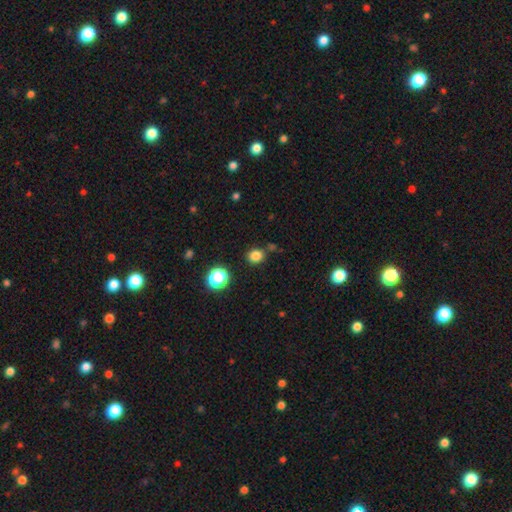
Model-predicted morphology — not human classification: Smooth or featured? Predicted: smooth (p=0.81). How rounded? Predicted: round (p=0.72). Merging? Predicted: none (p=0.80).